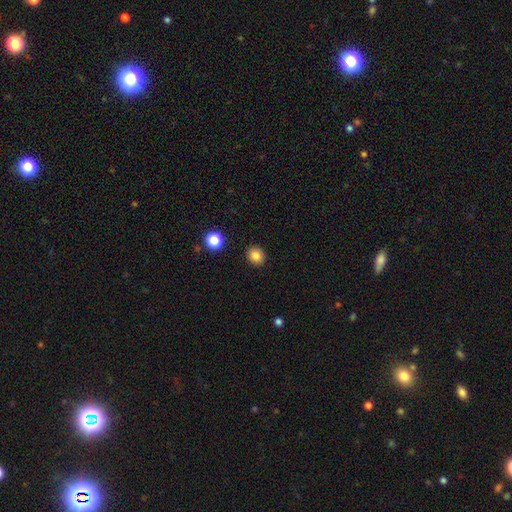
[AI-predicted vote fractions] Overall: smooth (84%). How rounded: round (79%). Merging: none (91%).